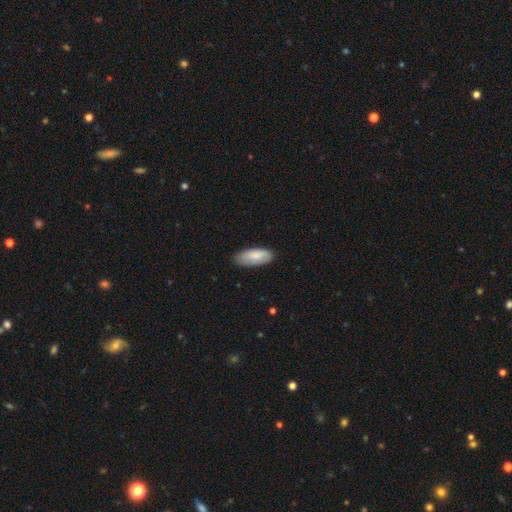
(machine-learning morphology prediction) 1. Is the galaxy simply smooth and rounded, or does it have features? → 83% smooth, 12% featured or disk, 6% star or artifact.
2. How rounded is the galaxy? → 84% in between, 14% cigar-shaped, 2% round.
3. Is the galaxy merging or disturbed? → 80% none, 17% minor disturbance, 3% major disturbance, 1% merger.